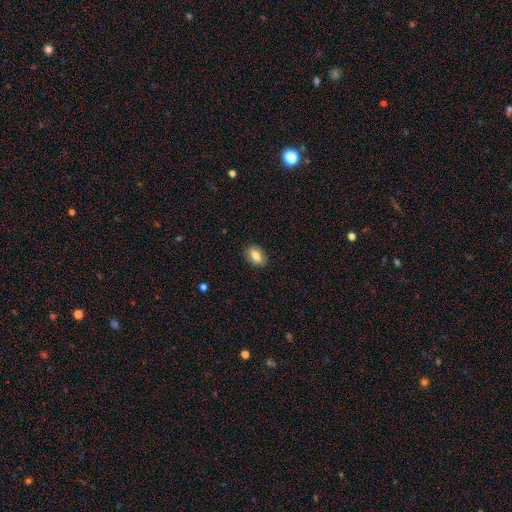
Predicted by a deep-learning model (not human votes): smooth_or_featured: smooth (p=0.78) [alt: featured or disk p=0.14]
how_rounded: in between (p=0.87) [alt: round p=0.11]
merging: none (p=0.87) [alt: minor disturbance p=0.10]